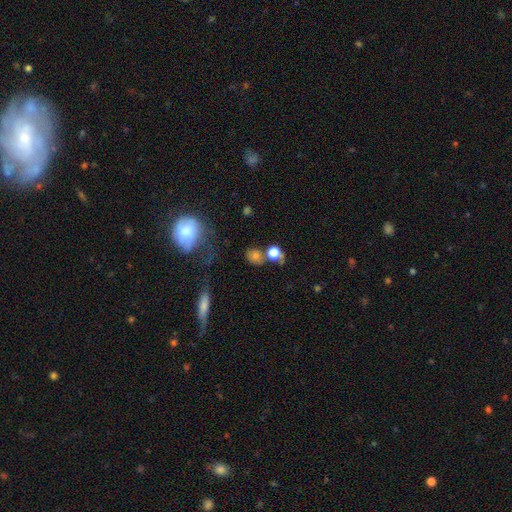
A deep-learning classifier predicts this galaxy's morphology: Smooth or featured?
  - smooth: 72% *
  - star or artifact: 16%
  - featured or disk: 12%
How rounded?
  - round: 73% *
  - in between: 24%
  - cigar-shaped: 2%
Merging?
  - none: 64% *
  - merger: 16%
  - minor disturbance: 13%
  - major disturbance: 7%